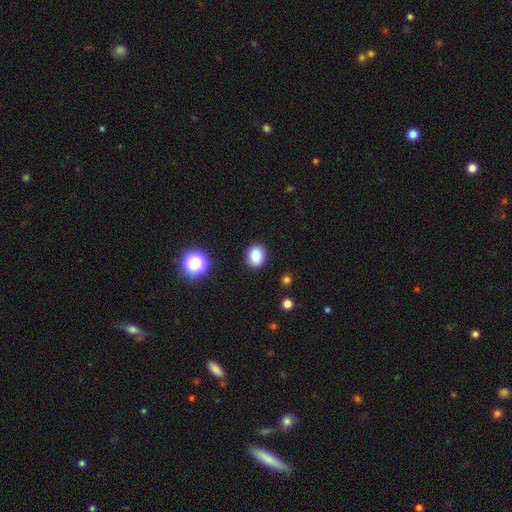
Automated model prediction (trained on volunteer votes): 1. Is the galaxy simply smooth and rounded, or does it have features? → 84% smooth, 11% star or artifact, 5% featured or disk.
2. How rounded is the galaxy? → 59% round, 40% in between, 1% cigar-shaped.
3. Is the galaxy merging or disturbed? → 90% none, 7% minor disturbance, 2% major disturbance, 1% merger.